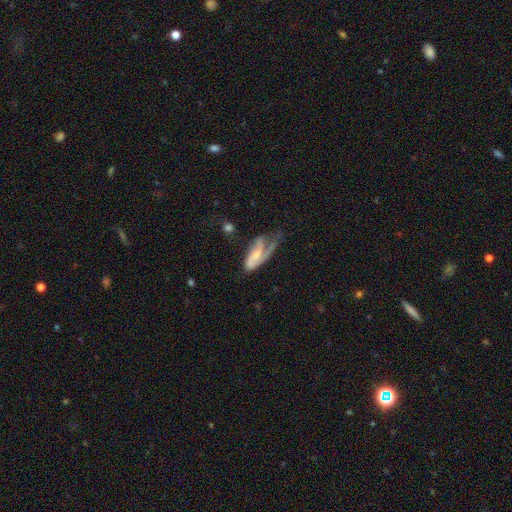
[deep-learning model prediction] featured or disk 64%, smooth 30%, star or artifact 6%. Down the decision tree: edge-on disk — no (92%); bar — no (51%); spiral arms — yes (83%); bulge size — moderate (43%); merging — major disturbance (43%).